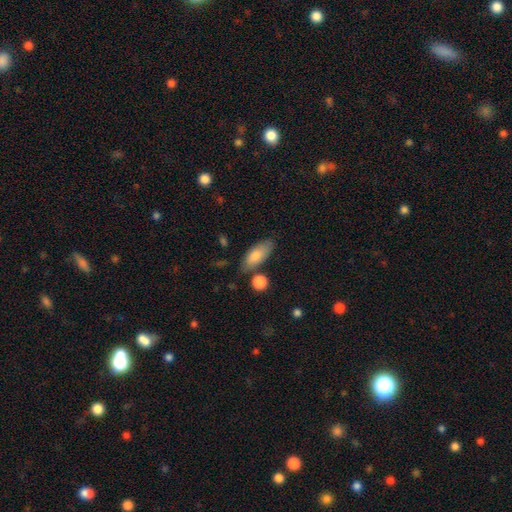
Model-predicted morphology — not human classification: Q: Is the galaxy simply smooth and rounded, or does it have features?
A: smooth — 79%.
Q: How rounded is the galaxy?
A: in between — 80%.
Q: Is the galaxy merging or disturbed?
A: none — 74%.